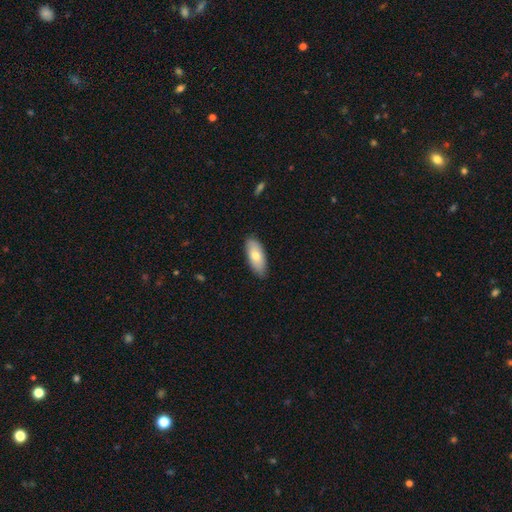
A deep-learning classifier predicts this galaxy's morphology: Smooth or featured? smooth (73%)
How rounded? in between (84%)
Merging? none (85%)